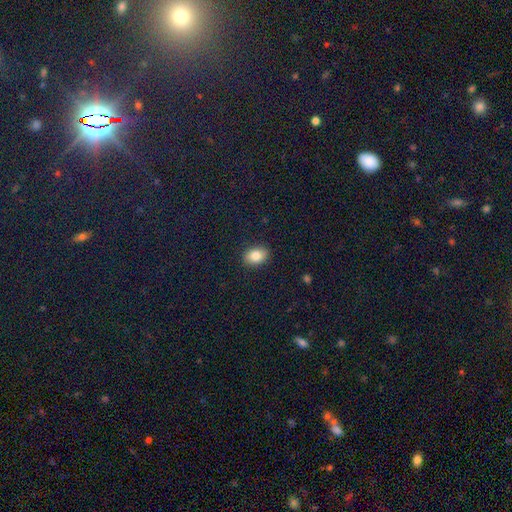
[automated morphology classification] Q: Smooth or featured?
A: smooth (84%); runner-up: star or artifact (9%)
Q: How rounded?
A: in between (80%); runner-up: round (19%)
Q: Merging?
A: none (89%); runner-up: minor disturbance (8%)